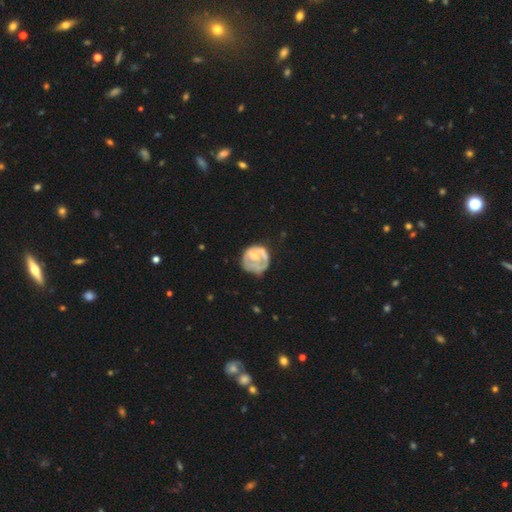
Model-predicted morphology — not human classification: This appears to be a featured or disk galaxy (50%). Merging: none (46%).